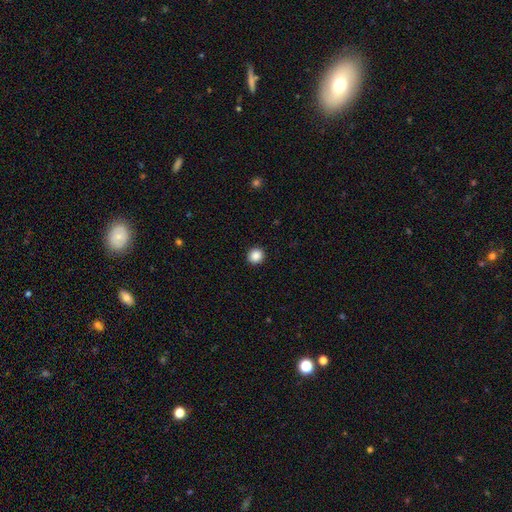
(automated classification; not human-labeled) Smooth or featured? Predicted: smooth (p=0.88). How rounded? Predicted: round (p=0.92). Merging? Predicted: none (p=0.93).